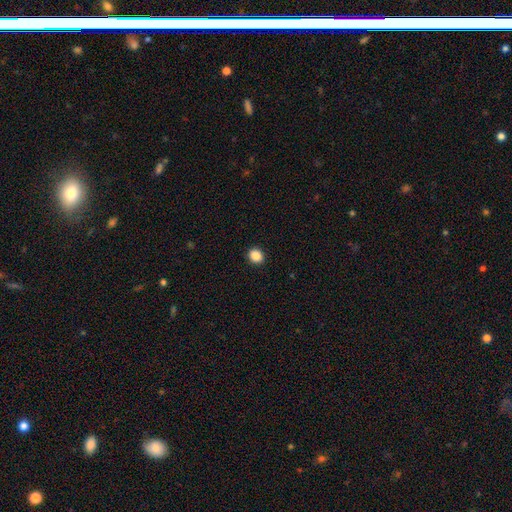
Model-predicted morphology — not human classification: Smooth or featured? smooth (88%)
How rounded? round (69%)
Merging? none (92%)